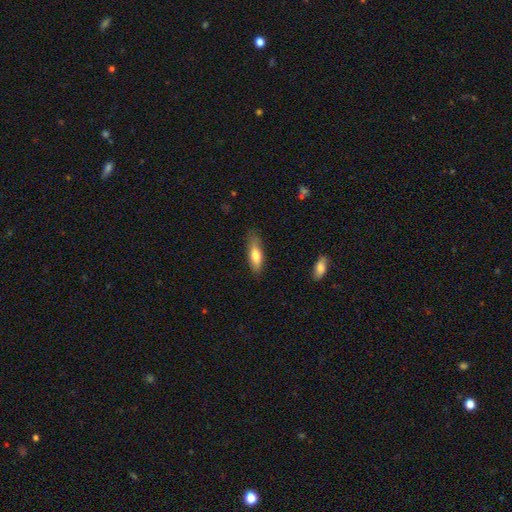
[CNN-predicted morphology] This is likely a smooth galaxy (68%). How rounded: possibly cigar-shaped (52%). Merging: likely none (79%).